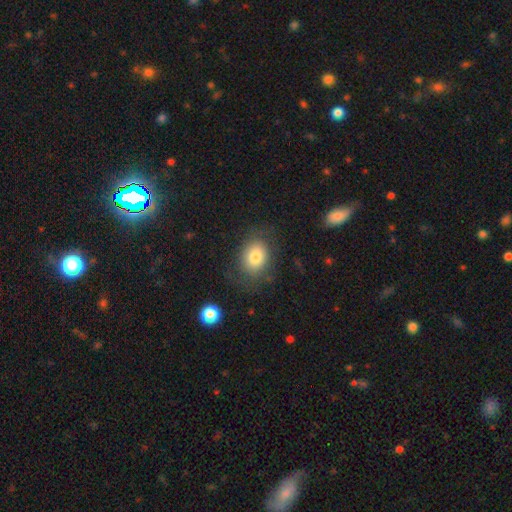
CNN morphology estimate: A smooth galaxy with no disk features (78%) that is in between round and cigar-shaped (56%).

Vote fractions:
- Smooth or featured? smooth: 78% / featured or disk: 14% / star or artifact: 9%
- How rounded? in between: 56% / round: 43% / cigar-shaped: 1%
- Merging? none: 72% / minor disturbance: 16% / major disturbance: 10% / merger: 2%